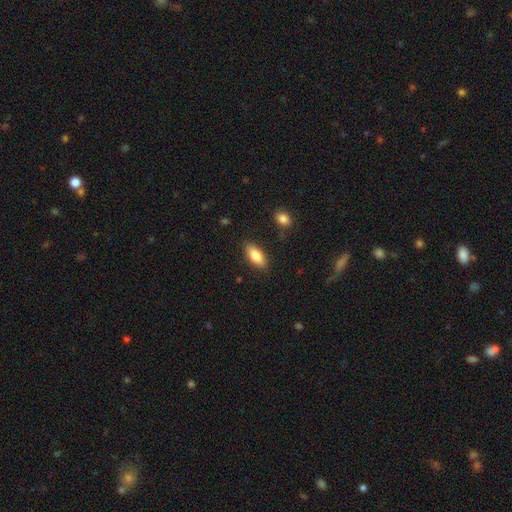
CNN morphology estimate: This is clearly a smooth galaxy (83%). How rounded: clearly in between (82%). Merging: clearly none (86%).